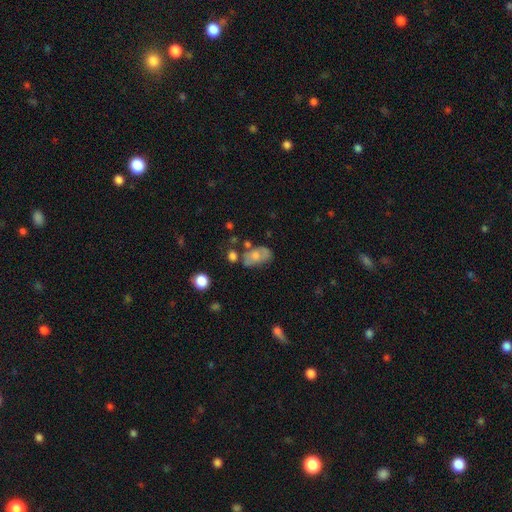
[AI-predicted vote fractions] A smooth galaxy with no disk features (60%) that is in between round and cigar-shaped (88%). Merging: none (43%).